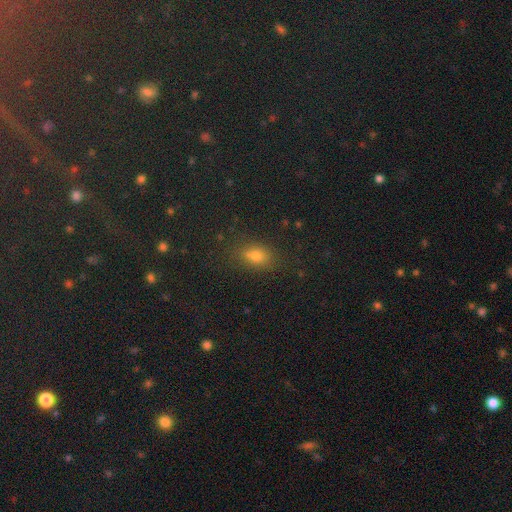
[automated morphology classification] Overall: smooth (69%). How rounded: in between (68%). Merging: none (71%).